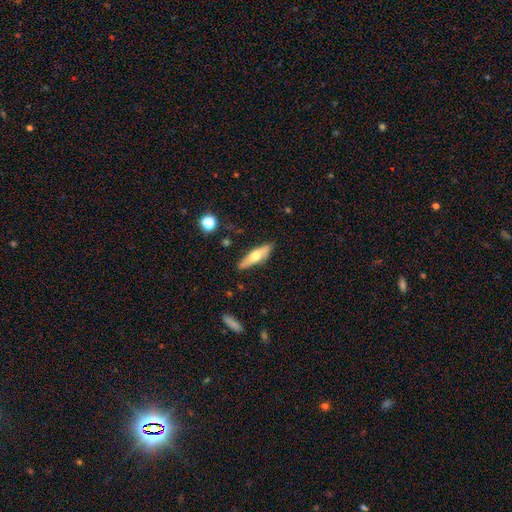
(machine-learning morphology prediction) This is possibly a smooth galaxy (53%). How rounded: likely cigar-shaped (61%). Merging: clearly none (85%).